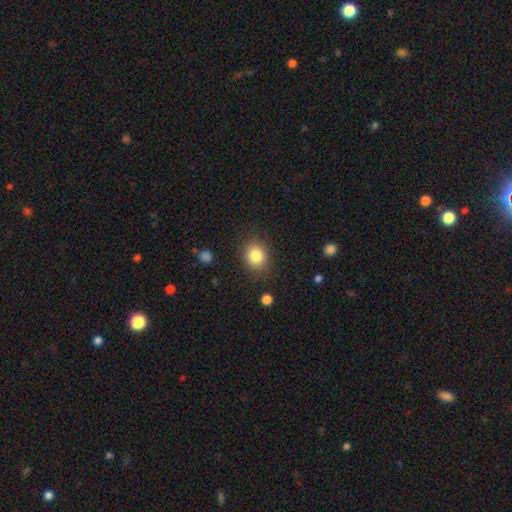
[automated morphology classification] smooth-or-featured: smooth: 84% | star or artifact: 10% | featured or disk: 6%
  how-rounded: round: 63% | in between: 36% | cigar-shaped: 1%
  merging: none: 85% | minor disturbance: 10% | major disturbance: 3% | merger: 1%